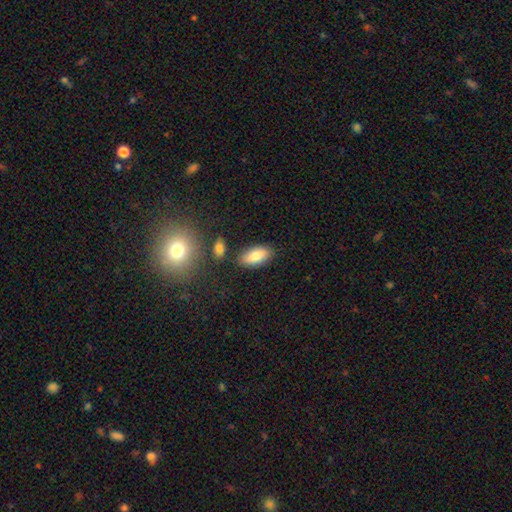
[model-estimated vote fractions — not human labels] The model was most divided on "merging": none: 81%, minor disturbance: 11%, merger: 5%, major disturbance: 3%. More confident: how rounded — in between (90%); smooth or featured — smooth (82%).